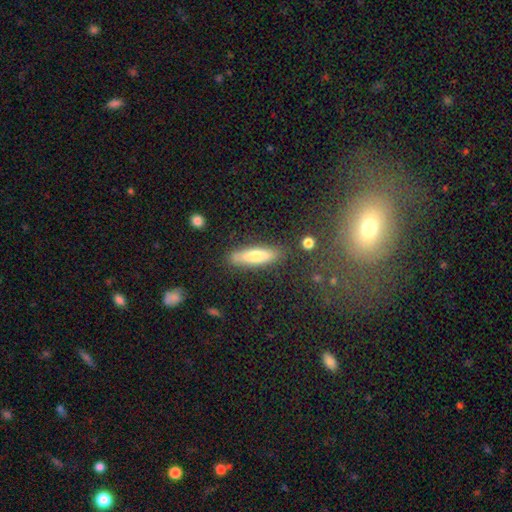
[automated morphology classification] type=smooth (68%); roundness=cigar-shaped (73%); merging=none (84%).